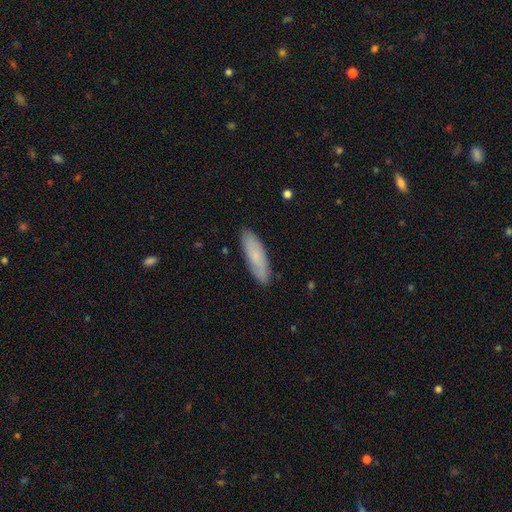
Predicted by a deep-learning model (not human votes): smooth 74%, featured or disk 20%, star or artifact 7%. Down the decision tree: how rounded — cigar-shaped (54%); merging — none (87%).